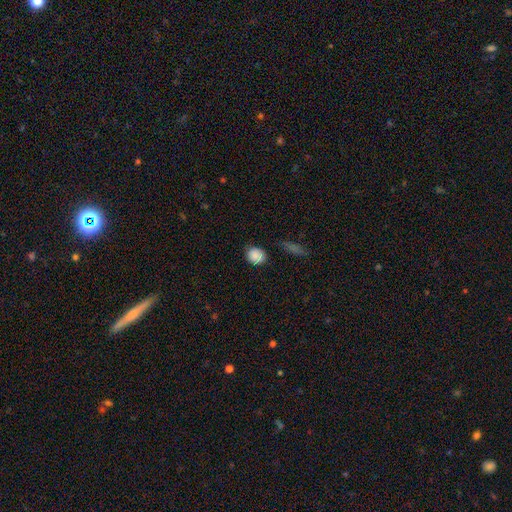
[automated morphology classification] smooth_or_featured: smooth (p=0.85) [alt: star or artifact p=0.10]
how_rounded: round (p=0.78) [alt: in between p=0.21]
merging: none (p=0.78) [alt: minor disturbance p=0.16]